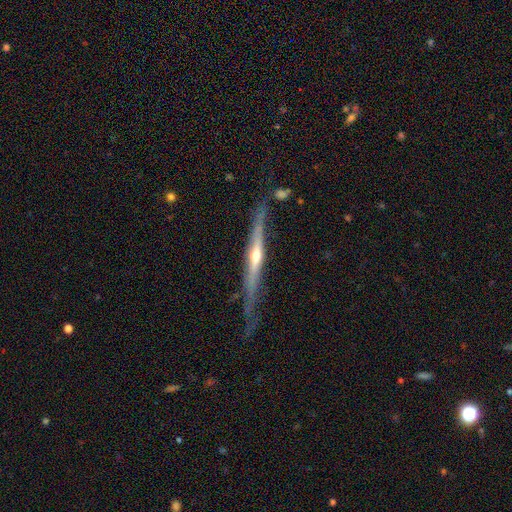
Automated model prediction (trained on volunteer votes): This appears to be a featured or disk galaxy (78%) viewed edge-on (95%) with a rounded central bulge (74%). Merging: none (63%).